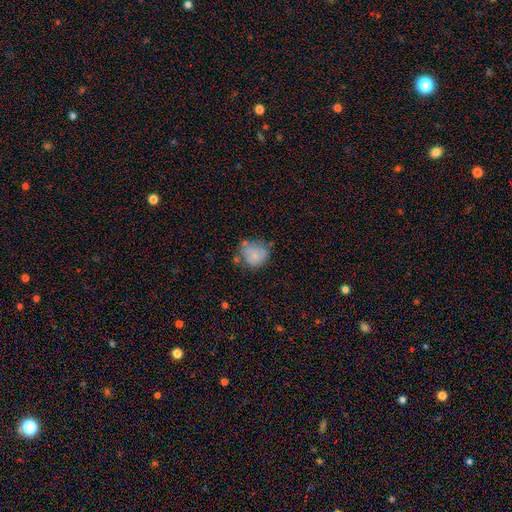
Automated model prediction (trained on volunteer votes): smooth 72%, featured or disk 19%, star or artifact 9%. Down the decision tree: how rounded — round (76%); merging — none (52%).